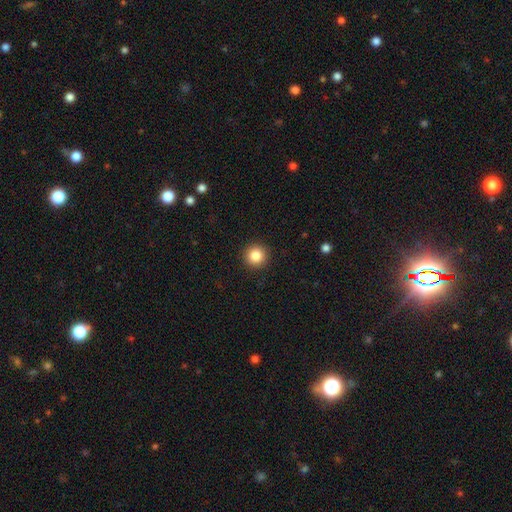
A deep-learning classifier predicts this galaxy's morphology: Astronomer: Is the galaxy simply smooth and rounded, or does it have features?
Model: smooth — 85%.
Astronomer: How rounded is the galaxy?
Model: round — 95%.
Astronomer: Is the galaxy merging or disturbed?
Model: none — 92%.